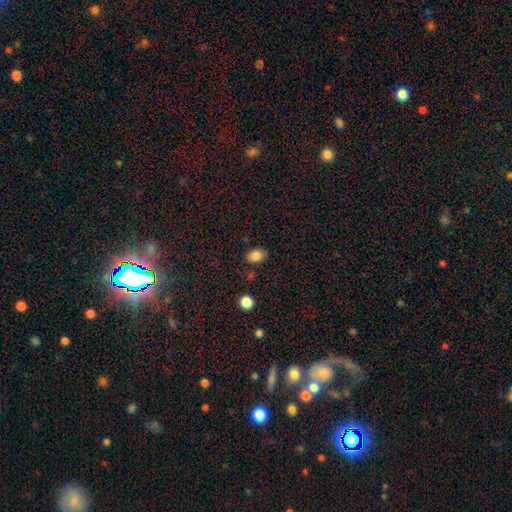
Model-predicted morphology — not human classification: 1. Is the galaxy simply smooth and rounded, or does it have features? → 84% smooth, 9% star or artifact, 7% featured or disk.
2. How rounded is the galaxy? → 79% in between, 20% round, 1% cigar-shaped.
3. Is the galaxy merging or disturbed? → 82% none, 12% minor disturbance, 3% merger, 3% major disturbance.